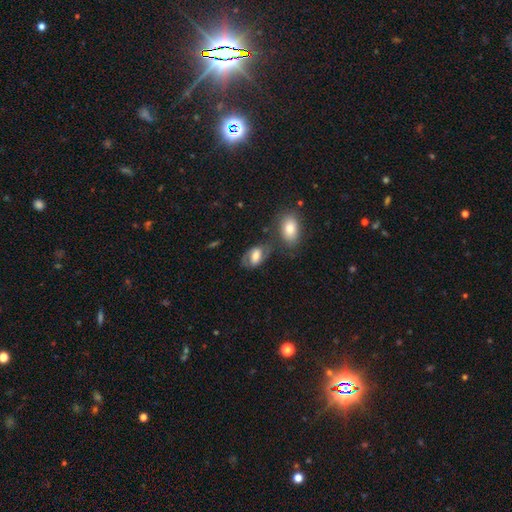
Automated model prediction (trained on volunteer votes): Morphology: type=smooth (53%); roundness=in between (88%); merging=none (53%).